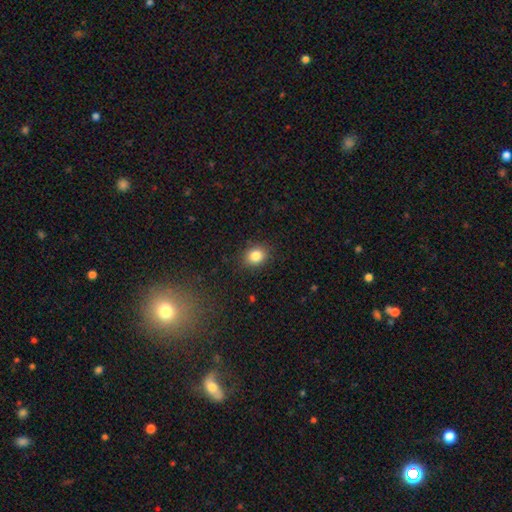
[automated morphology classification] Smooth or featured? Predicted: smooth (p=0.84). How rounded? Predicted: round (p=0.59). Merging? Predicted: none (p=0.85).